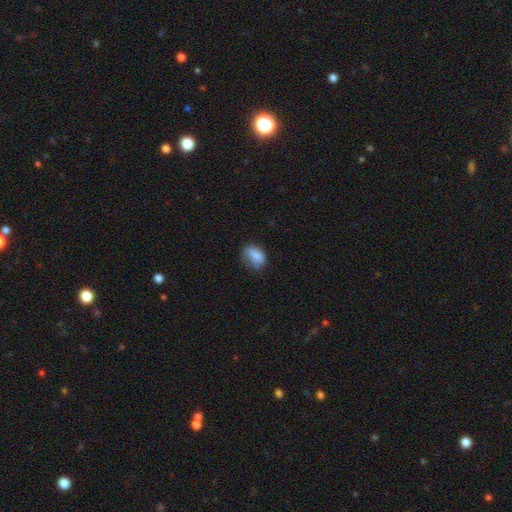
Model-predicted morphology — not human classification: This is clearly a smooth galaxy (85%). How rounded: clearly in between (83%). Merging: possibly none (58%).